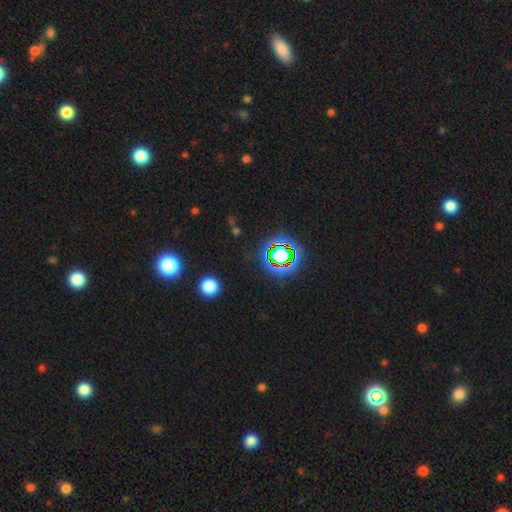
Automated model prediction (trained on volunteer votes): Overall: star or artifact (76%).